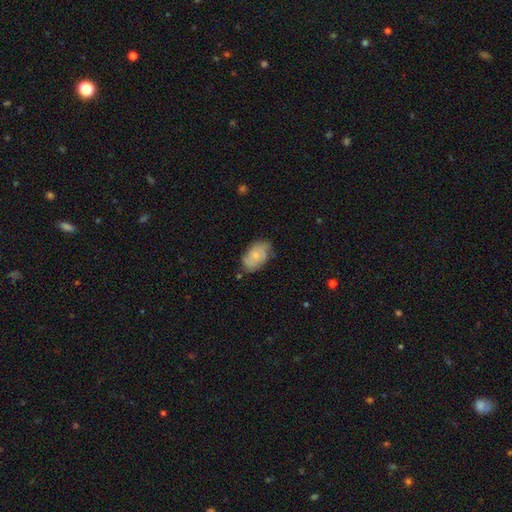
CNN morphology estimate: Overall: featured or disk (55%; smooth 38%). Edge-on disk: no (96%). Bar: no (78%). Spiral arms: yes (82%). Bulge size: small (66%; moderate 26%). Merging: none (65%; minor disturbance 26%).